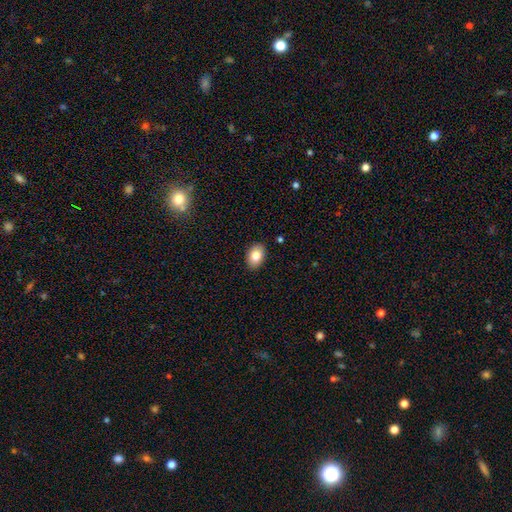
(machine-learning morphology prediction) Smooth or featured: smooth — 82% (featured or disk — 11%)
How rounded: in between — 83% (round — 16%)
Merging: none — 89% (minor disturbance — 8%)